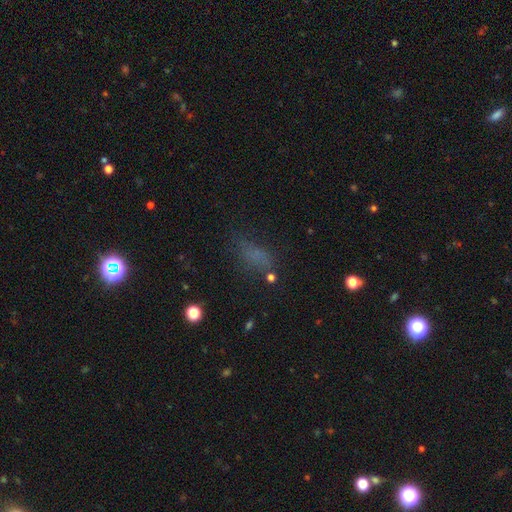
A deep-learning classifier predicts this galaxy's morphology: Overall: smooth (60%; star or artifact 26%). How rounded: in between (74%). Merging: none (54%; minor disturbance 22%).